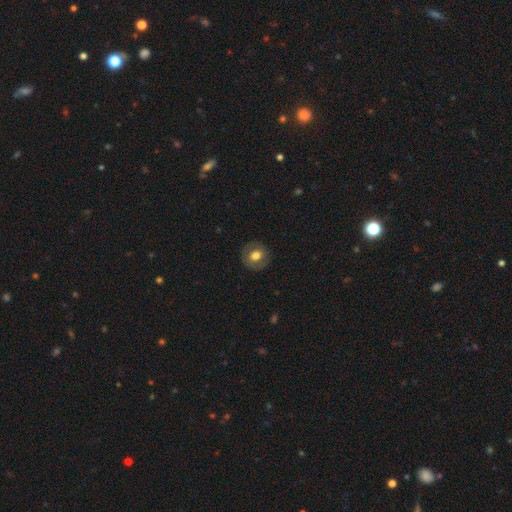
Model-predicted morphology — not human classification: This appears to be a smooth galaxy with no disk features (67%) that is round (86%). Merging: none (87%).